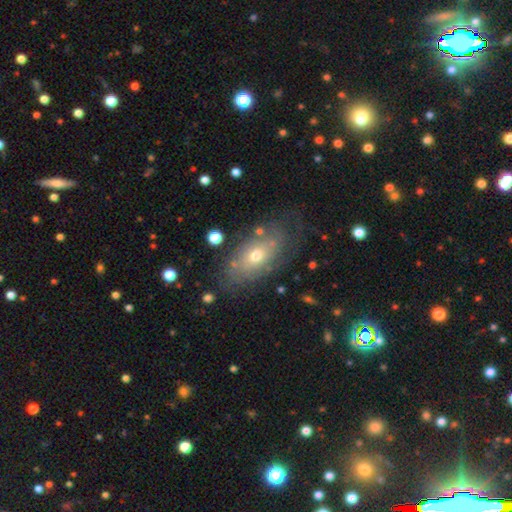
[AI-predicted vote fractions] A featured or disk galaxy (51%). Merging: none (67%).